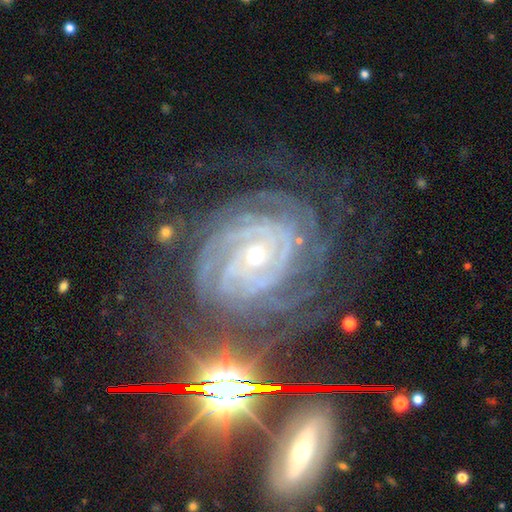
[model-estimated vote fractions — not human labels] Overall: featured or disk (87%). Edge-on disk: no (97%). Bar: no (60%; weak 24%). Spiral arms: yes (98%). Spiral arm count: can't tell (24%; 3 19%). Spiral winding: tight (82%). Bulge size: small (57%; moderate 40%). Merging: none (66%).